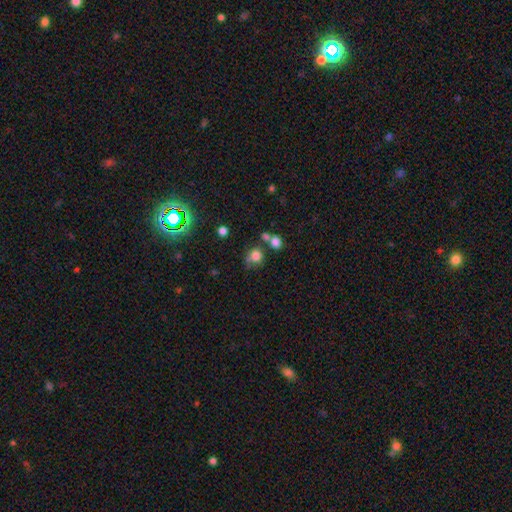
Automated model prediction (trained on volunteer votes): smooth 77%, star or artifact 14%, featured or disk 9%. Down the decision tree: how rounded — round (81%); merging — none (53%).